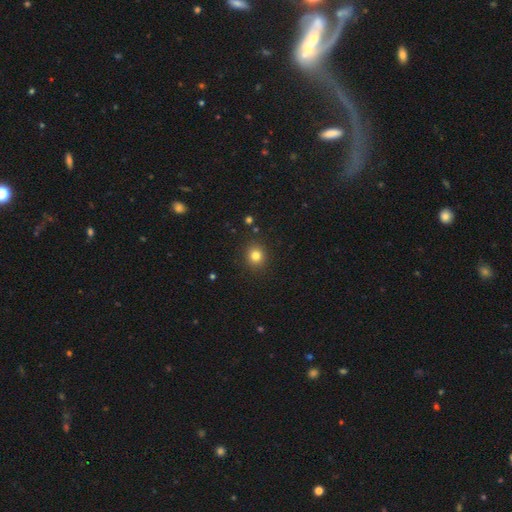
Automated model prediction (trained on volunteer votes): A smooth galaxy with no disk features (82%) that is round (84%).

Vote fractions:
- Smooth or featured? smooth: 82% / star or artifact: 13% / featured or disk: 6%
- How rounded? round: 84% / in between: 15% / cigar-shaped: 1%
- Merging? none: 90% / minor disturbance: 6% / major disturbance: 2% / merger: 1%